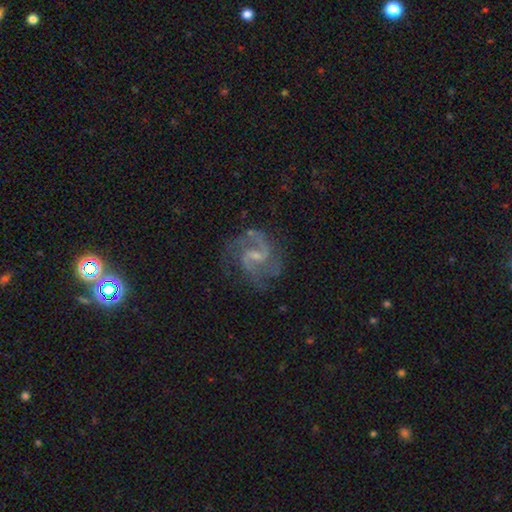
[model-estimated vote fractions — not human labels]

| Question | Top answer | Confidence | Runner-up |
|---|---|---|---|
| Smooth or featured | featured or disk | 90% | star or artifact (5%) |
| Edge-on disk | no | 98% | yes (2%) |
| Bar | weak | 61% | no (23%) |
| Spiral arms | yes | 98% | no (2%) |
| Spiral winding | medium | 62% | loose (23%) |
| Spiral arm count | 2 | 85% | 3 (7%) |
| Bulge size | small | 59% | moderate (24%) |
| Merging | none | 71% | minor disturbance (18%) |